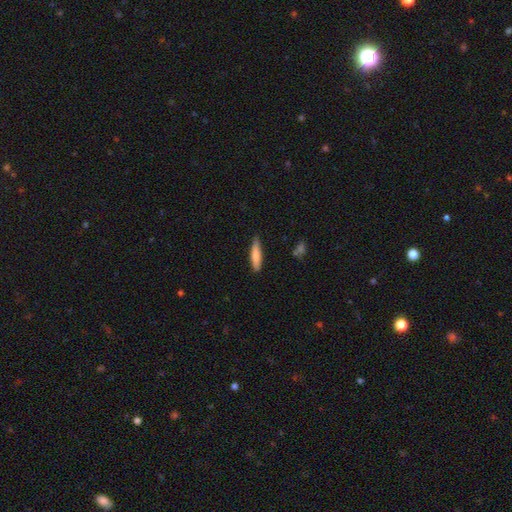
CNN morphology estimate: smooth_or_featured: smooth (p=0.77) [alt: featured or disk p=0.17]
how_rounded: cigar-shaped (p=0.83) [alt: in between p=0.16]
merging: none (p=0.84) [alt: minor disturbance p=0.13]